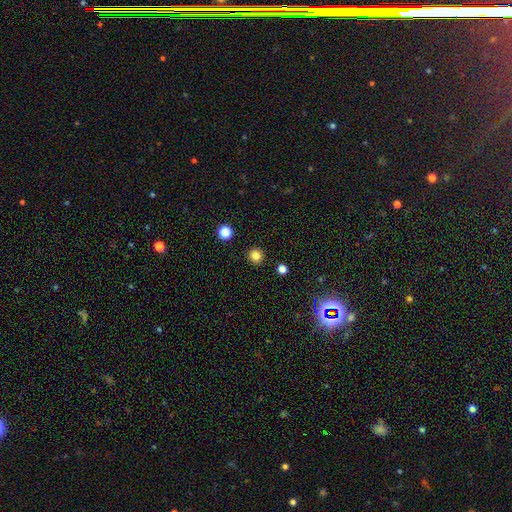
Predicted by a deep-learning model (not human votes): A smooth galaxy with no disk features (82%) that is round (94%). Merging: none (92%).